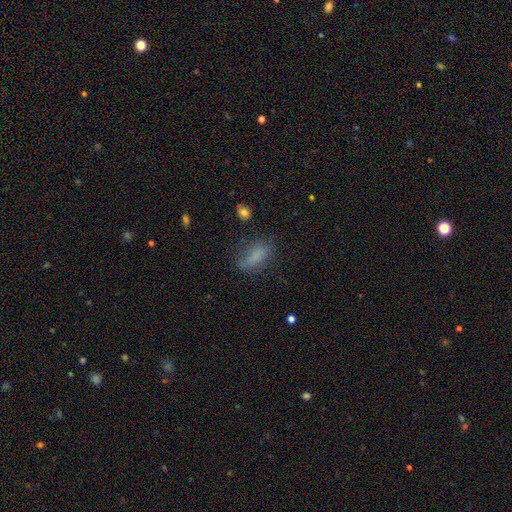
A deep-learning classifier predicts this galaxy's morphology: smooth-or-featured: smooth: 76% | featured or disk: 12% | star or artifact: 12%
  how-rounded: in between: 72% | cigar-shaped: 23% | round: 5%
  merging: none: 58% | minor disturbance: 26% | major disturbance: 13% | merger: 3%